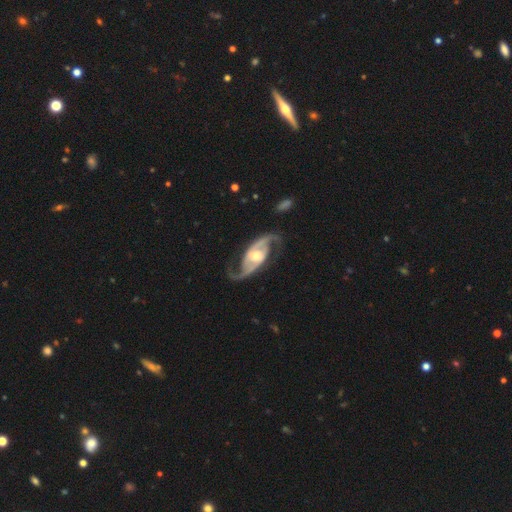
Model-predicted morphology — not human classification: featured or disk 93%, star or artifact 4%, smooth 3%. Down the decision tree: edge-on disk — no (97%); bar — no (46%); spiral arms — yes (98%); spiral arm count — 2 (94%); spiral winding — medium (48%); bulge size — moderate (65%); merging — none (78%).